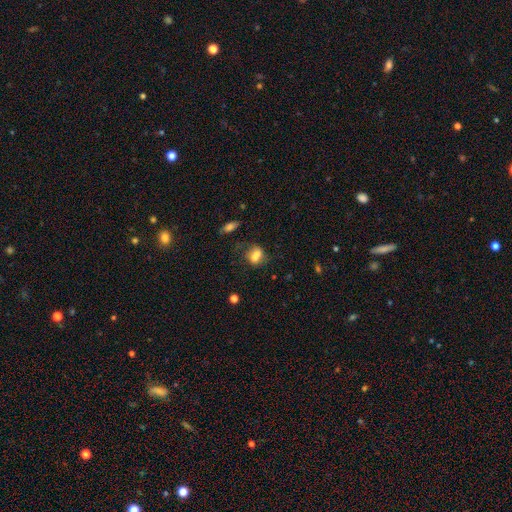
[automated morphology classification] This is likely a smooth galaxy (67%). How rounded: possibly in between (56%). Merging: marginally merger (41%).